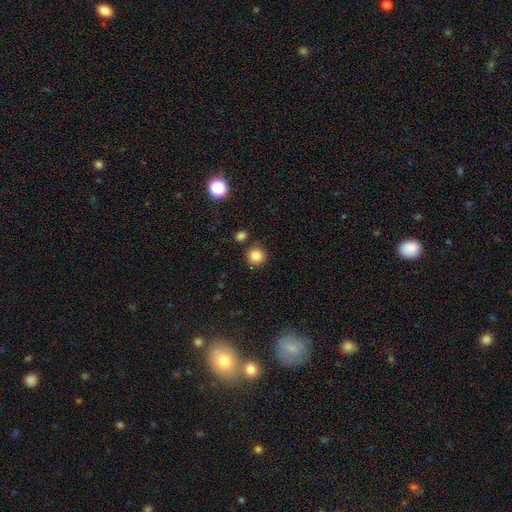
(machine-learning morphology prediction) A smooth galaxy with no disk features (85%) that is round (93%). Merging: none (84%).